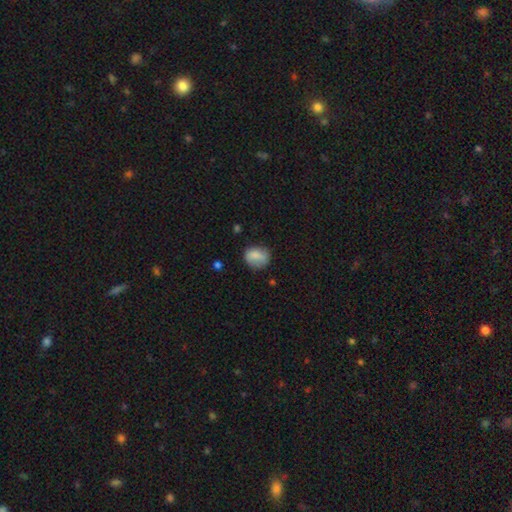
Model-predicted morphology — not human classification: Smooth or featured?
  - smooth: 79% *
  - featured or disk: 12%
  - star or artifact: 8%
How rounded?
  - round: 60% *
  - in between: 39%
  - cigar-shaped: 1%
Merging?
  - none: 67% *
  - minor disturbance: 24%
  - major disturbance: 7%
  - merger: 2%